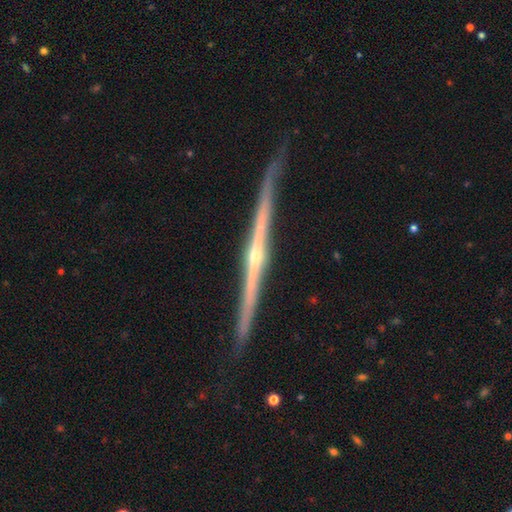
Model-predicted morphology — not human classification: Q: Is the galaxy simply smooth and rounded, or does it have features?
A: featured or disk — 88%.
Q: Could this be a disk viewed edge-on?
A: yes — 98%.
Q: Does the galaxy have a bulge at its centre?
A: rounded — 71%.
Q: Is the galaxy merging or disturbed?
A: none — 81%.